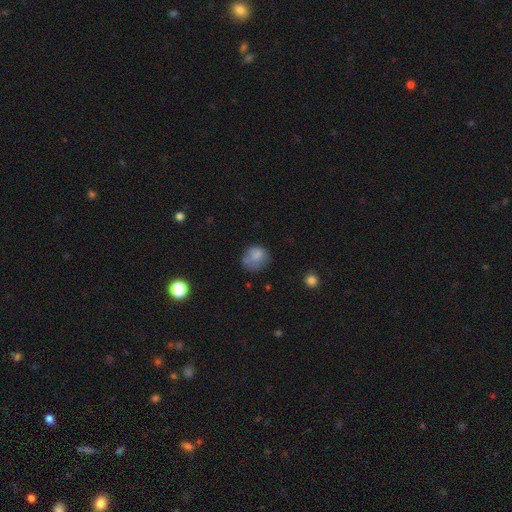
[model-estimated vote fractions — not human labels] Smooth or featured? smooth (75%)
How rounded? round (71%)
Merging? none (51%)